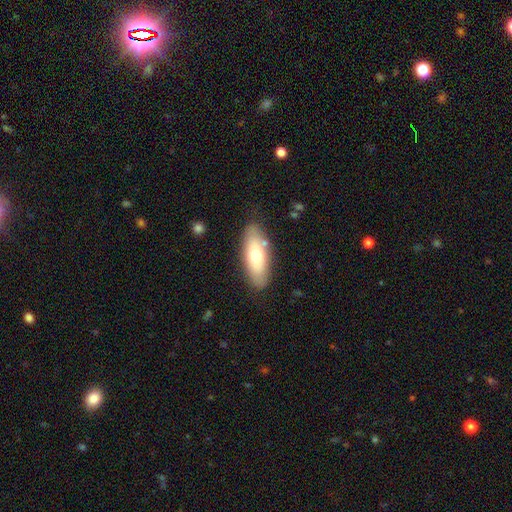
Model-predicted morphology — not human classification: This appears to be a smooth galaxy with no disk features (64%) that is in between round and cigar-shaped (67%). Merging: none (82%).